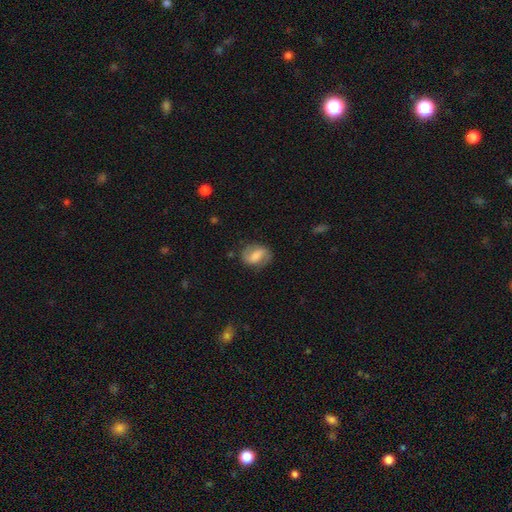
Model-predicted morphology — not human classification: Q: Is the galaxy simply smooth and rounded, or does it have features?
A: featured or disk — 55%.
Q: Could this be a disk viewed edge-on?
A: no — 97%.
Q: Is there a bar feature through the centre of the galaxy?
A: weak — 40%.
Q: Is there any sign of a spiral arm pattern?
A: yes — 84%.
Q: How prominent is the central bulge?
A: moderate — 29%.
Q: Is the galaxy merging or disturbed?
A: none — 73%.